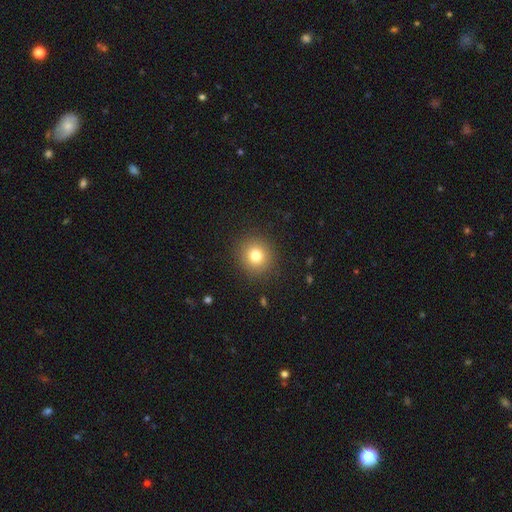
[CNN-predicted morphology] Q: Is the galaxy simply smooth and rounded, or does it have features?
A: smooth — 80%.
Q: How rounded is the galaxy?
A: round — 90%.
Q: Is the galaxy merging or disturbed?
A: none — 90%.